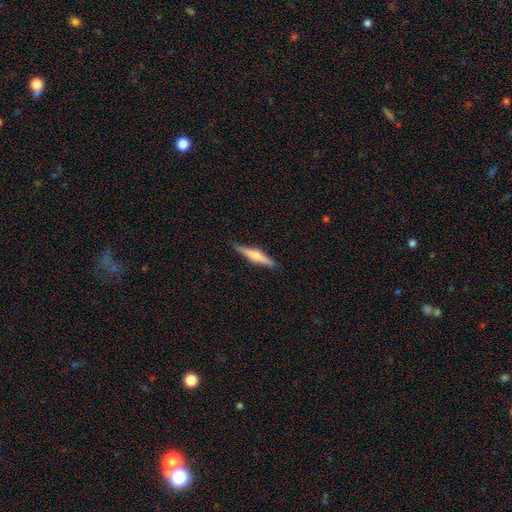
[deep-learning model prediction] Overall: featured or disk (54%; smooth 41%). Edge-on disk: yes (97%). Edge-on bulge: rounded (77%). Merging: none (89%).